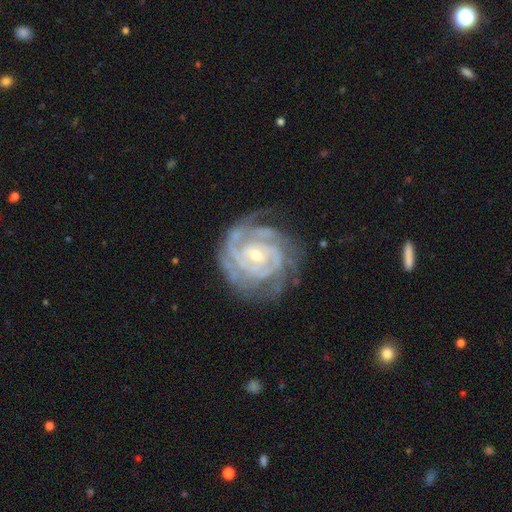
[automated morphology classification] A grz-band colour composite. It shows a featured or disk galaxy (90%) with no bar (60%), 3 (25%) tight (75%) spiral arms (97%) and a small central bulge (59%). Merging: none (69%).